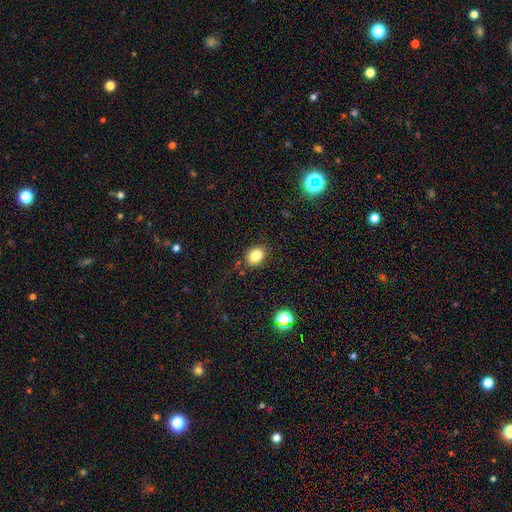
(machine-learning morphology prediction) Overall: smooth (83%). How rounded: in between (68%; round 31%). Merging: none (78%).